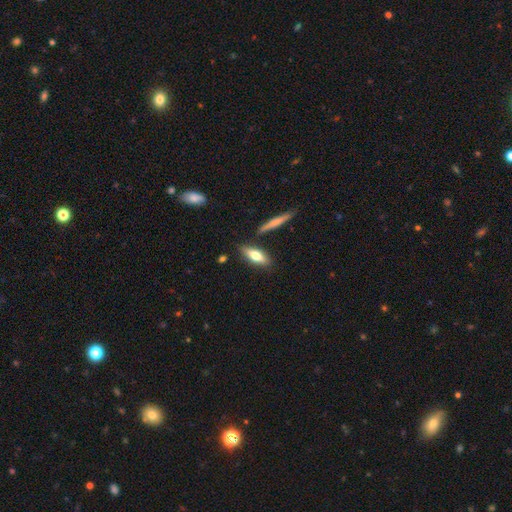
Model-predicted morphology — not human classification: smooth 67%, featured or disk 27%, star or artifact 6%. Down the decision tree: how rounded — in between (57%); merging — none (79%).